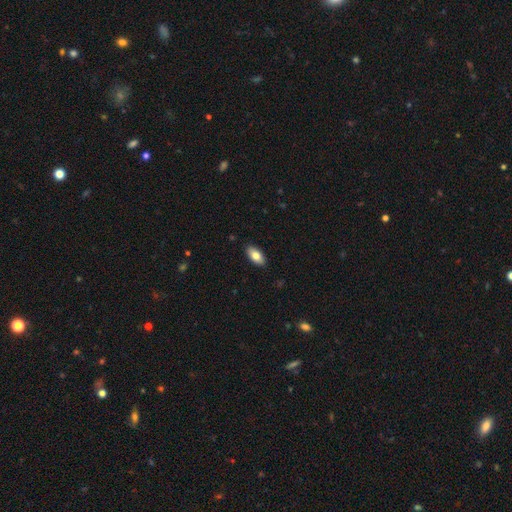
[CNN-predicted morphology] type=smooth (79%); roundness=in between (91%); merging=none (90%).